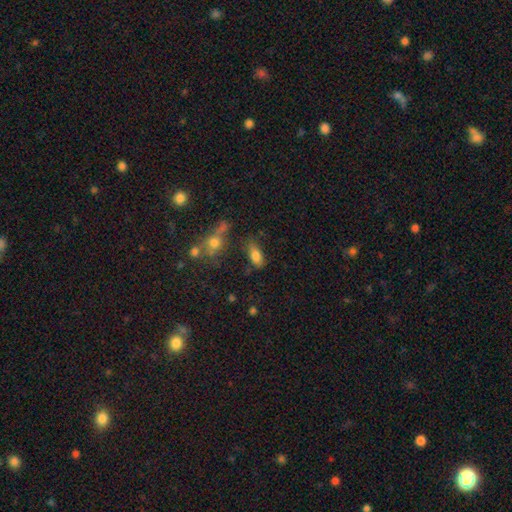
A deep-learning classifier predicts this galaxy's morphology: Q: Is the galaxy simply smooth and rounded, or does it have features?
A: smooth — 79%.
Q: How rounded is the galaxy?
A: in between — 84%.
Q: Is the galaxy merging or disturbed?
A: none — 64%.